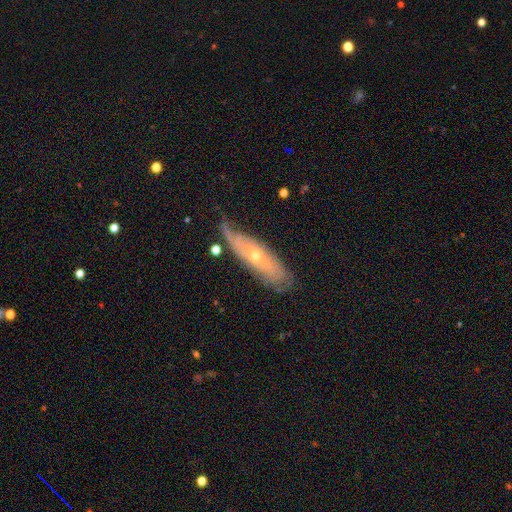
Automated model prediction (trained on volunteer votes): Smooth or featured?
  - featured or disk: 68% *
  - smooth: 26%
  - star or artifact: 7%
Edge-on disk?
  - no: 71% *
  - yes: 29%
Merging?
  - none: 57% *
  - minor disturbance: 29%
  - major disturbance: 10%
  - merger: 4%